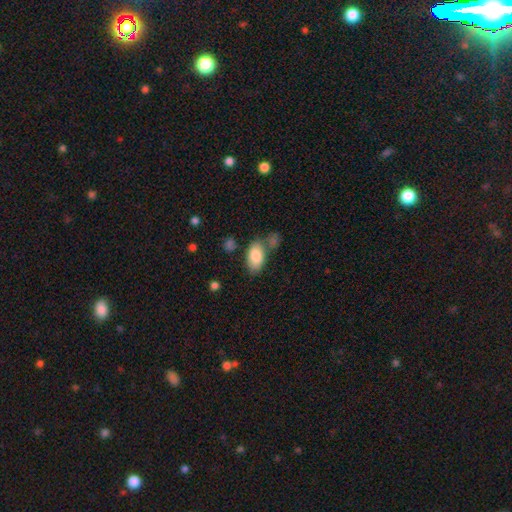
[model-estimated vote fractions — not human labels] Smooth or featured: smooth — 84% (featured or disk — 10%)
How rounded: in between — 94% (round — 4%)
Merging: none — 62% (minor disturbance — 18%)